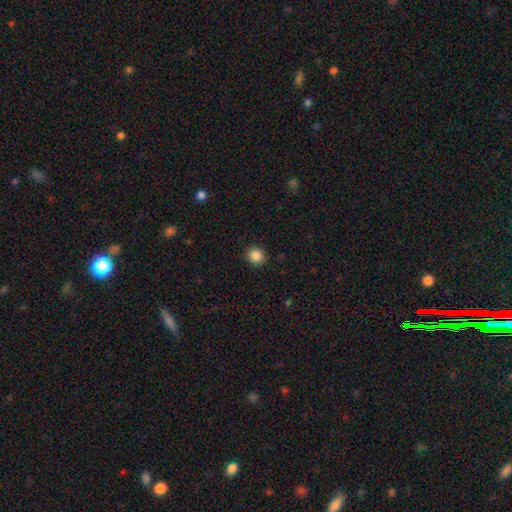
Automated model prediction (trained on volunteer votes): This appears to be a smooth galaxy with no disk features (86%) that is round (83%). Merging: none (91%).